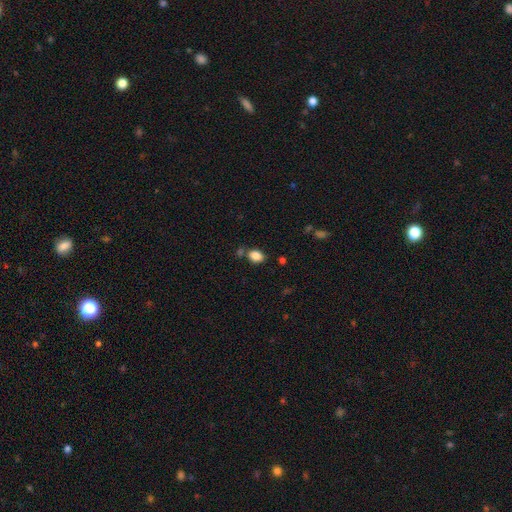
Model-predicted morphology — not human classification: Smooth or featured?
  - smooth: 85% *
  - star or artifact: 10%
  - featured or disk: 5%
How rounded?
  - in between: 67% *
  - round: 32%
  - cigar-shaped: 1%
Merging?
  - none: 70% *
  - minor disturbance: 14%
  - merger: 12%
  - major disturbance: 4%